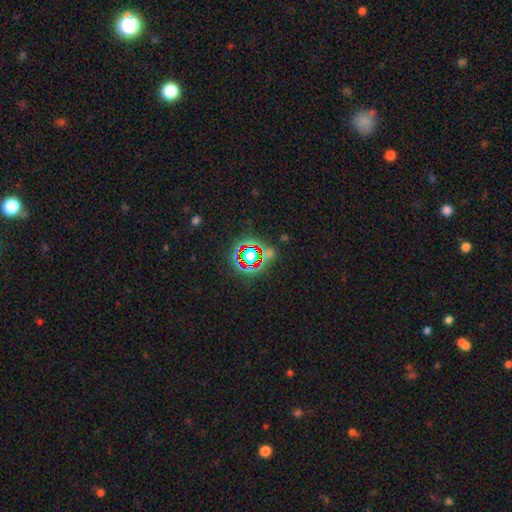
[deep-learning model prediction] Morphology: type=star or artifact (76%).